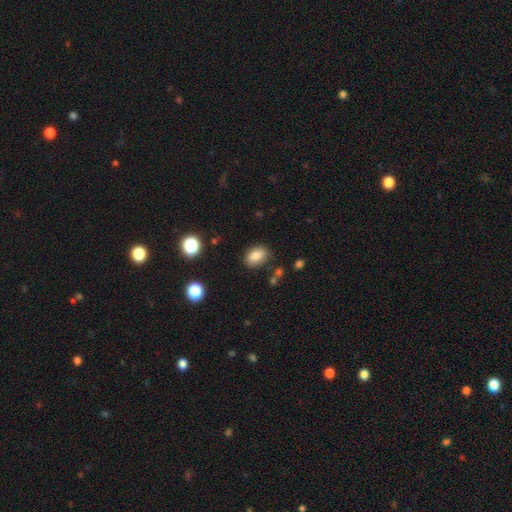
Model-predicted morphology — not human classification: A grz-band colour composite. It shows a smooth galaxy with no disk features (80%) that is in between round and cigar-shaped (78%). Merging: none (82%).